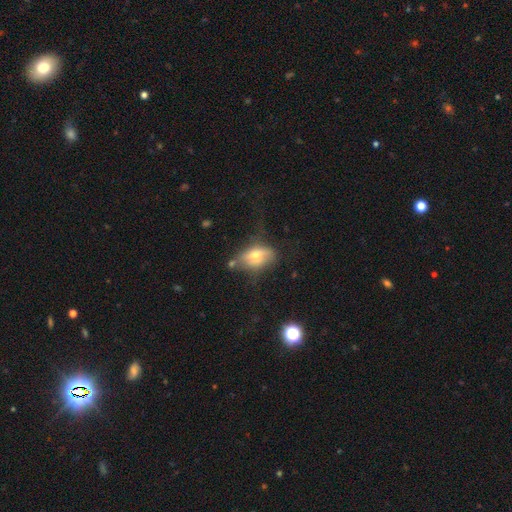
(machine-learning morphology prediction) smooth-or-featured: smooth: 51% | featured or disk: 39% | star or artifact: 10%
  how-rounded: in between: 83% | round: 11% | cigar-shaped: 6%
  merging: none: 47% | minor disturbance: 30% | major disturbance: 17% | merger: 7%